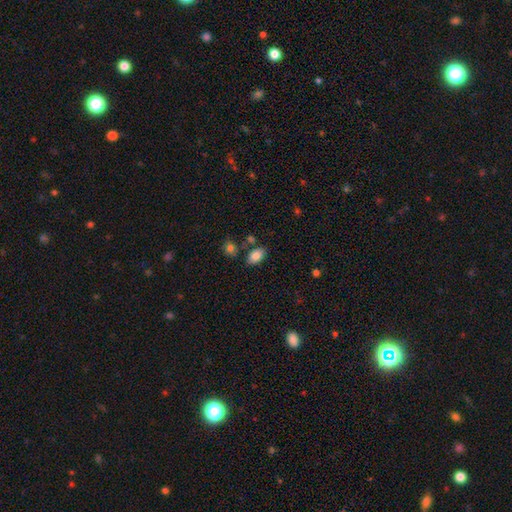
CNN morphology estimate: Smooth or featured? Predicted: smooth (p=0.84). How rounded? Predicted: in between (p=0.92). Merging? Predicted: none (p=0.78).